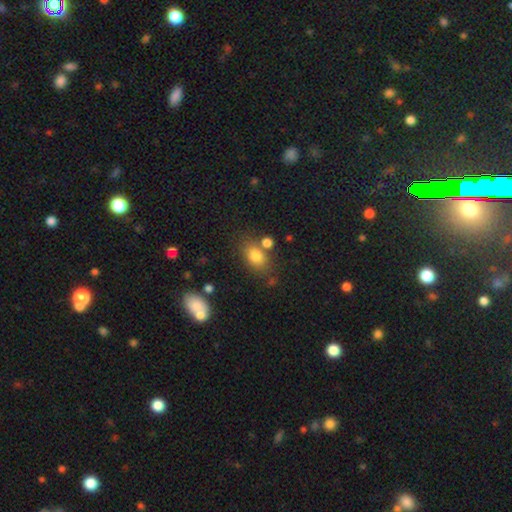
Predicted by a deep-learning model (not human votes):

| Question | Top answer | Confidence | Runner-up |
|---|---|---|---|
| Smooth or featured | smooth | 79% | star or artifact (11%) |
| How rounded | in between | 75% | round (23%) |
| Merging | none | 67% | minor disturbance (15%) |